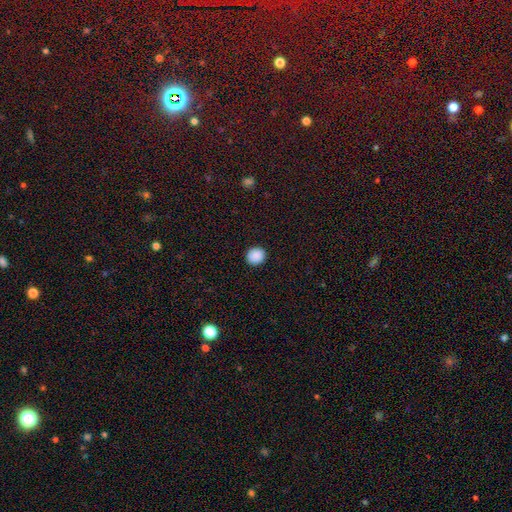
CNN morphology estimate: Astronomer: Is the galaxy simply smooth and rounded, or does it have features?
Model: smooth — 89%.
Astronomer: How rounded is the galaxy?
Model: round — 87%.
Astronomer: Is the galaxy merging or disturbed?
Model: none — 92%.